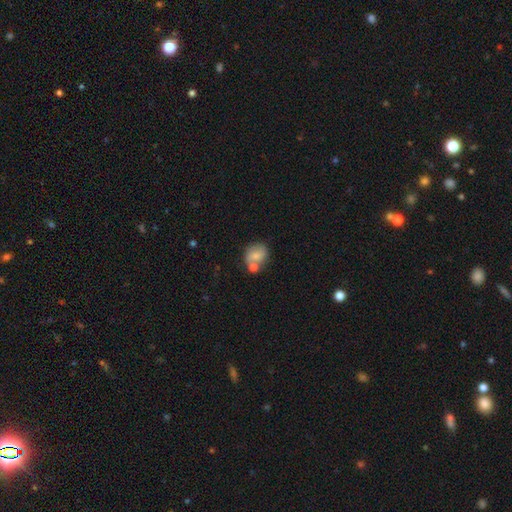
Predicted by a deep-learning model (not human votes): smooth-or-featured: smooth: 71% | featured or disk: 21% | star or artifact: 8%
  how-rounded: round: 61% | in between: 37% | cigar-shaped: 1%
  merging: none: 44% | merger: 34% | minor disturbance: 16% | major disturbance: 5%